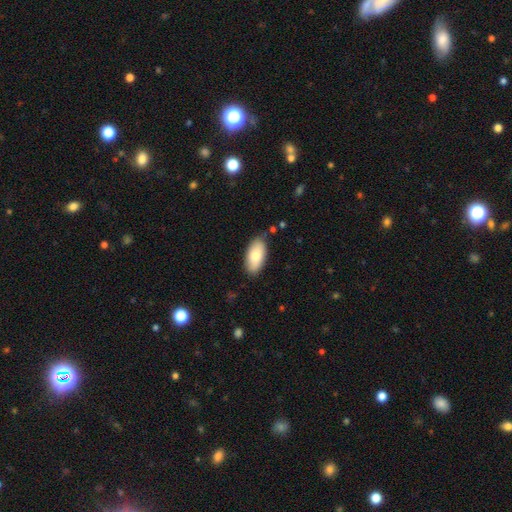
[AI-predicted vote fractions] Morphology: type=smooth (79%); roundness=in between (93%); merging=none (82%).